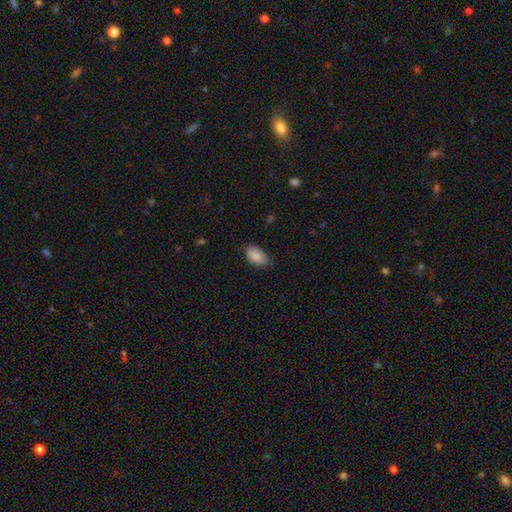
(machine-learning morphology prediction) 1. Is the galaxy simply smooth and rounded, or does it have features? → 89% smooth, 7% star or artifact, 5% featured or disk.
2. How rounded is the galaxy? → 93% in between, 5% round, 2% cigar-shaped.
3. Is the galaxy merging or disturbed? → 75% none, 21% minor disturbance, 4% major disturbance, 1% merger.